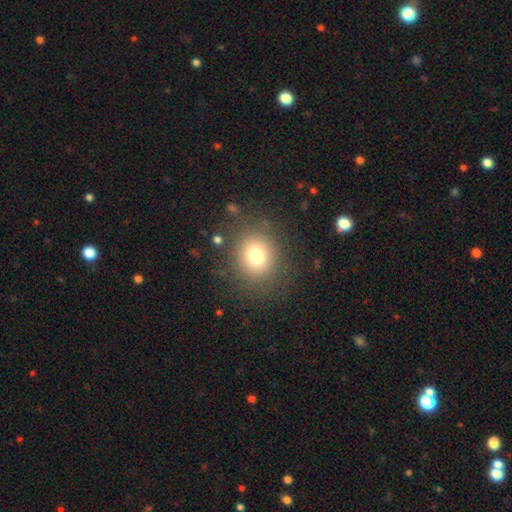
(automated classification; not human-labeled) Smooth or featured? smooth (74%)
How rounded? round (79%)
Merging? none (83%)